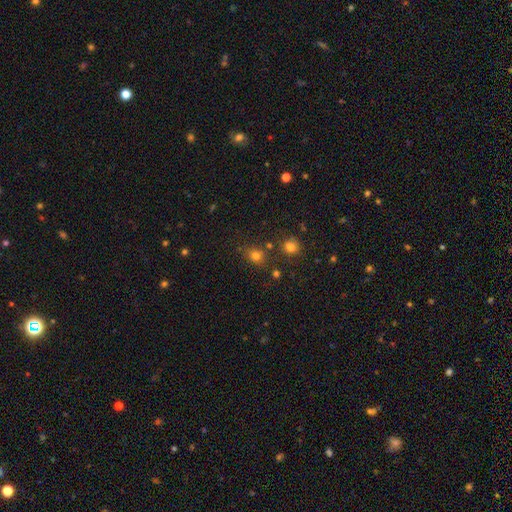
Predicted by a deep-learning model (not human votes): smooth_or_featured: smooth (p=0.74) [alt: star or artifact p=0.19]
how_rounded: round (p=0.70) [alt: in between p=0.29]
merging: none (p=0.73) [alt: minor disturbance p=0.12]